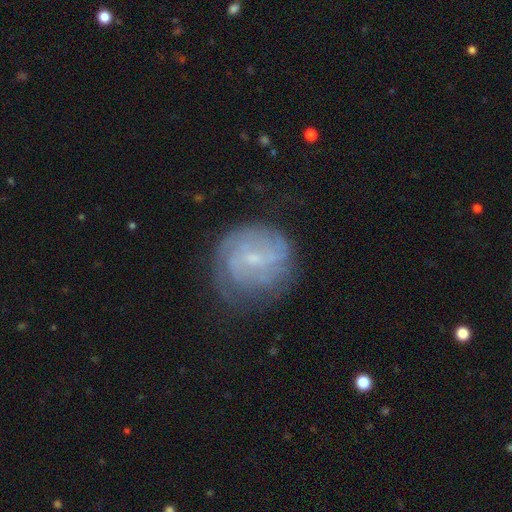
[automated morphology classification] smooth_or_featured: featured or disk (p=0.65) [alt: smooth p=0.24]
disk_edge_on: no (p=0.97) [alt: yes p=0.03]
bar: weak (p=0.53) [alt: no p=0.34]
has_spiral_arms: yes (p=0.85) [alt: no p=0.15]
spiral_winding: tight (p=0.56) [alt: medium p=0.31]
spiral_arm_count: can't tell (p=0.46) [alt: 2 p=0.25]
bulge_size: small (p=0.74) [alt: moderate p=0.16]
merging: none (p=0.73) [alt: minor disturbance p=0.18]